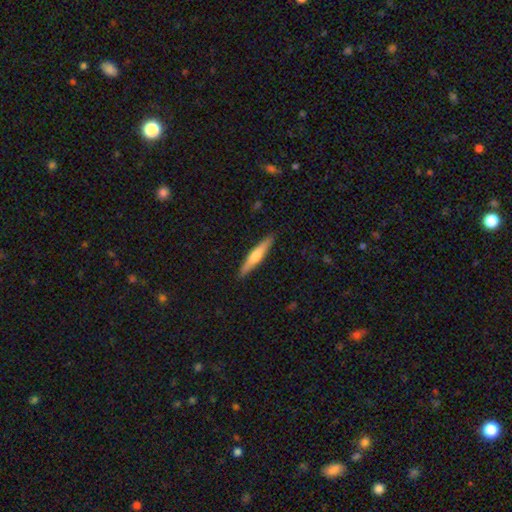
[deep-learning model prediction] A smooth galaxy with no disk features (52%) that is cigar-shaped (91%).

Vote fractions:
- Smooth or featured? smooth: 52% / featured or disk: 43% / star or artifact: 5%
- How rounded? cigar-shaped: 91% / in between: 8% / round: 1%
- Merging? none: 90% / minor disturbance: 8% / major disturbance: 1% / merger: 1%